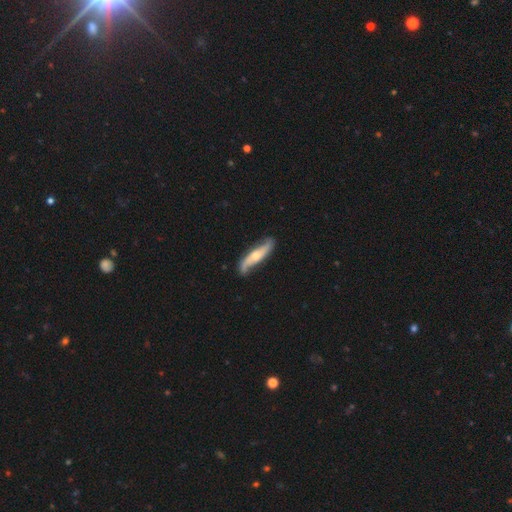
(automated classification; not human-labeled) Morphology: type=featured or disk (70%); edge-on=no (70%); merging=none (77%).